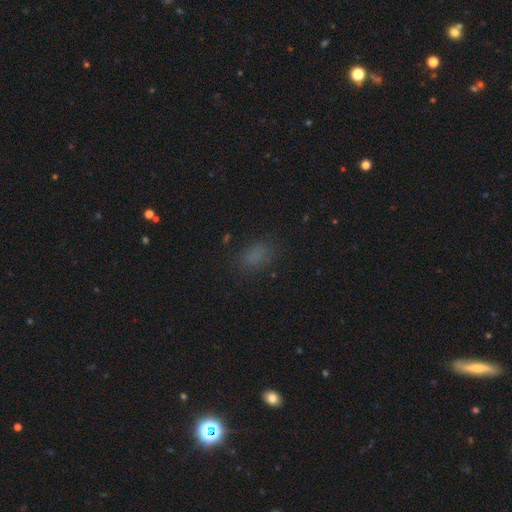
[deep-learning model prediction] Overall: smooth (76%). How rounded: in between (79%). Merging: none (79%).